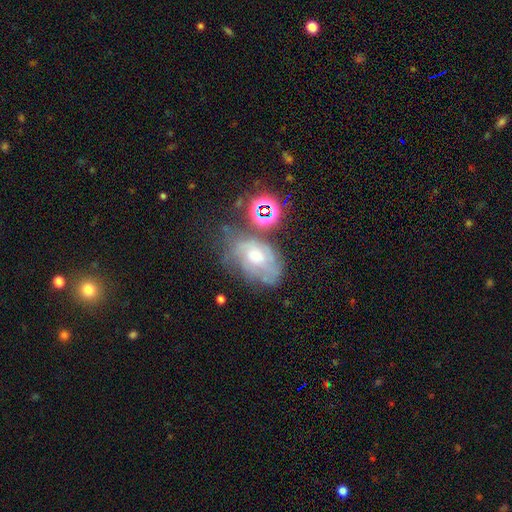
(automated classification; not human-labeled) Smooth or featured? featured or disk (56%)
Edge-on disk? no (95%)
Bar? no (73%)
Spiral arms? yes (69%)
Bulge size? moderate (56%)
Merging? none (47%)